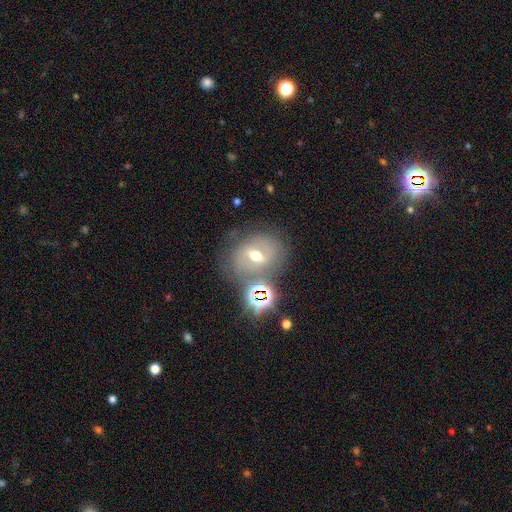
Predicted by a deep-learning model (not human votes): Smooth or featured? Predicted: featured or disk (p=0.46). Merging? Predicted: none (p=0.61).